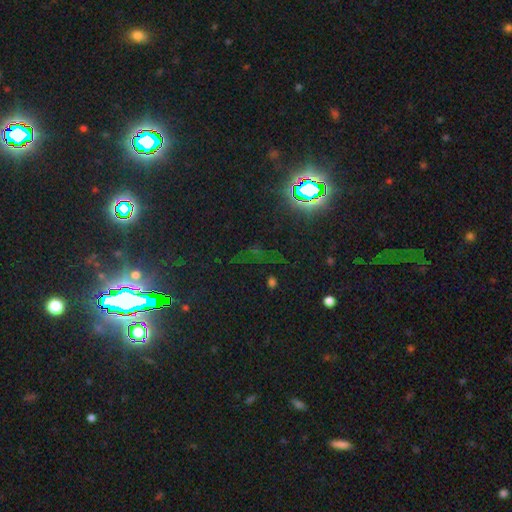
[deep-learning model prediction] star or artifact 79%, smooth 12%, featured or disk 9%.